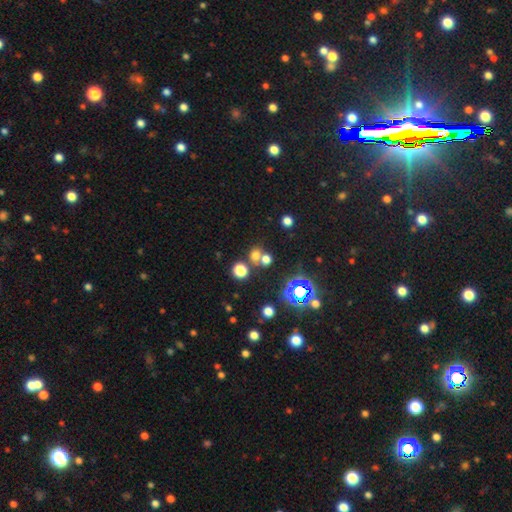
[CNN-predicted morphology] The model was most divided on "merging": none: 53%, merger: 36%, minor disturbance: 7%, major disturbance: 4%. More confident: how rounded — round (75%); smooth or featured — smooth (59%).